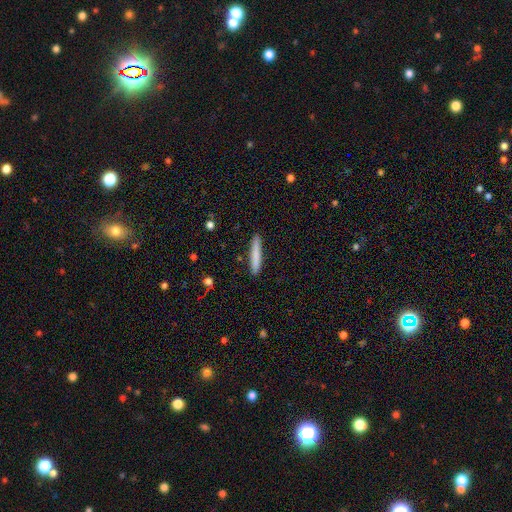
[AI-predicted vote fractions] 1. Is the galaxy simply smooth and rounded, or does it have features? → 79% smooth, 15% featured or disk, 6% star or artifact.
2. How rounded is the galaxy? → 94% cigar-shaped, 4% in between, 1% round.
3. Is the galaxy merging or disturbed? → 89% none, 8% minor disturbance, 2% major disturbance, 1% merger.